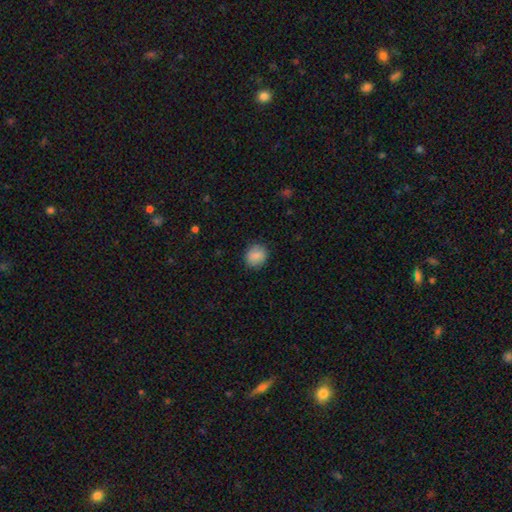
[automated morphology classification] Overall: smooth (87%). How rounded: round (82%). Merging: none (88%).